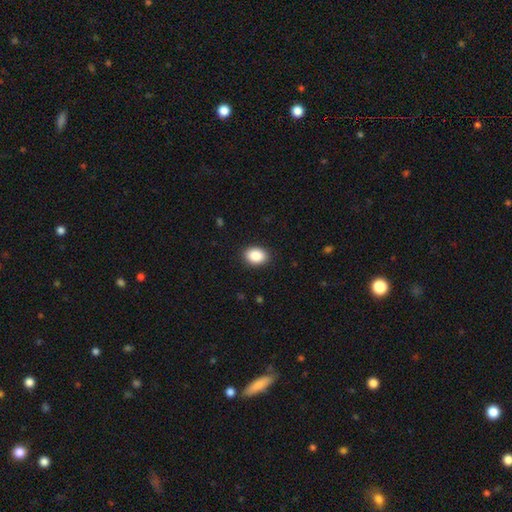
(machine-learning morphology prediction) A smooth galaxy with no disk features (88%) that is in between round and cigar-shaped (71%).

Vote fractions:
- Smooth or featured? smooth: 88% / star or artifact: 8% / featured or disk: 4%
- How rounded? in between: 71% / round: 28% / cigar-shaped: 1%
- Merging? none: 90% / minor disturbance: 7% / major disturbance: 2% / merger: 1%